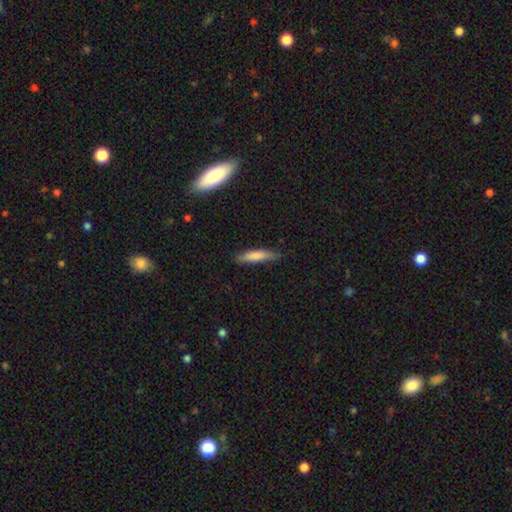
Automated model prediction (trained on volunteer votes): A smooth galaxy with no disk features (76%) that is cigar-shaped (84%).

Vote fractions:
- Smooth or featured? smooth: 76% / featured or disk: 17% / star or artifact: 6%
- How rounded? cigar-shaped: 84% / in between: 14% / round: 1%
- Merging? none: 78% / minor disturbance: 17% / major disturbance: 3% / merger: 1%